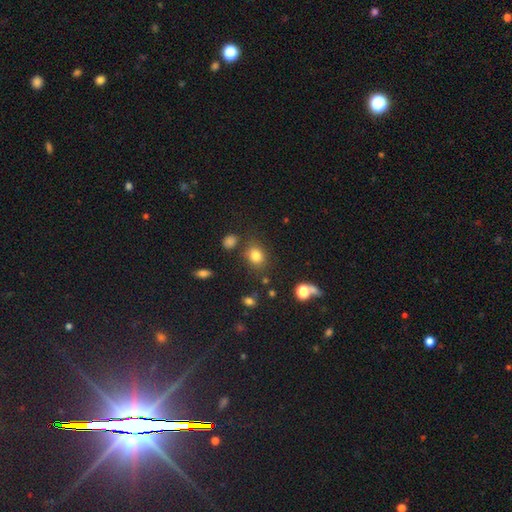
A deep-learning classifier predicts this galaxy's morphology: smooth 80%, star or artifact 13%, featured or disk 7%. Down the decision tree: how rounded — round (54%); merging — none (76%).